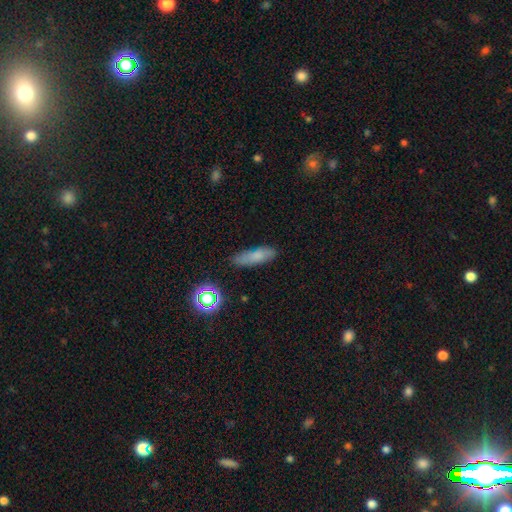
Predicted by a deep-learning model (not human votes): smooth 75%, featured or disk 14%, star or artifact 11%. Down the decision tree: how rounded — cigar-shaped (59%); merging — none (77%).